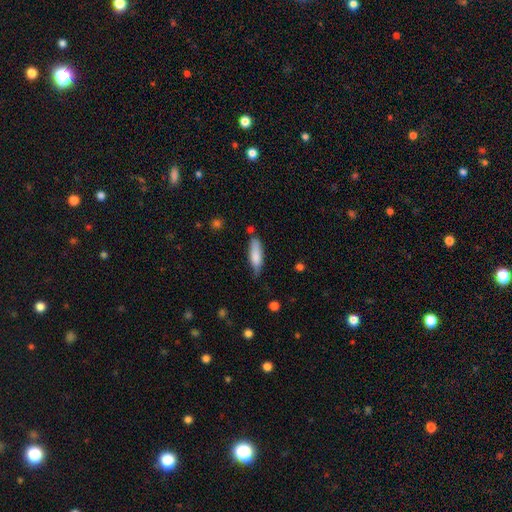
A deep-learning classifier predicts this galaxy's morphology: A smooth galaxy with no disk features (80%) that is cigar-shaped (50%). Merging: none (62%).